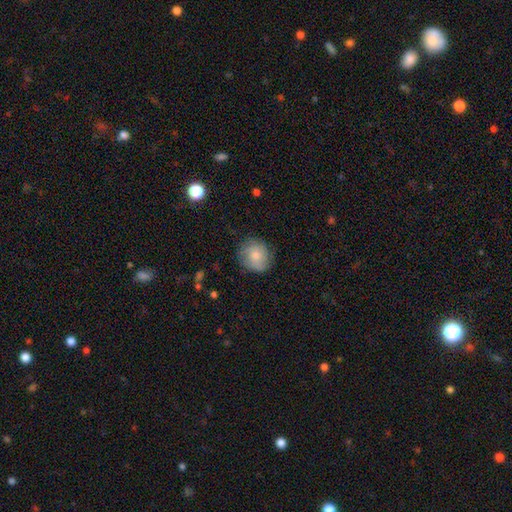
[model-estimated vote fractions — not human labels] Smooth or featured? Predicted: smooth (p=0.71). How rounded? Predicted: round (p=0.80). Merging? Predicted: none (p=0.78).